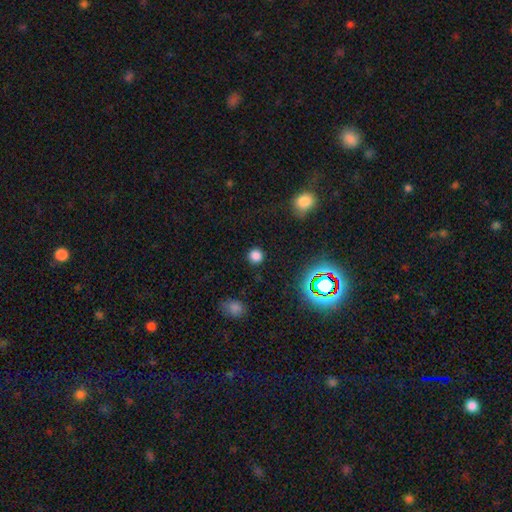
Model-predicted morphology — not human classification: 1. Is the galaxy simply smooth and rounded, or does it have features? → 77% smooth, 19% star or artifact, 4% featured or disk.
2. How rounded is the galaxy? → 92% round, 6% in between, 1% cigar-shaped.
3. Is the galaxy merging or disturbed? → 89% none, 7% minor disturbance, 3% major disturbance, 2% merger.